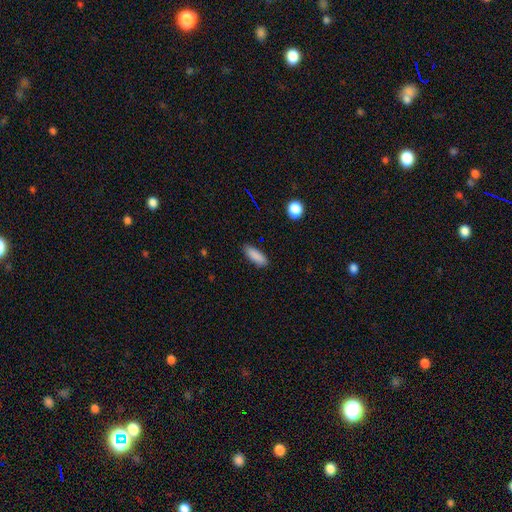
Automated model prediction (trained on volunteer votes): A smooth galaxy with no disk features (88%) that is in between round and cigar-shaped (62%).

Vote fractions:
- Smooth or featured? smooth: 88% / star or artifact: 7% / featured or disk: 5%
- How rounded? in between: 62% / cigar-shaped: 36% / round: 2%
- Merging? none: 86% / minor disturbance: 10% / major disturbance: 2% / merger: 1%